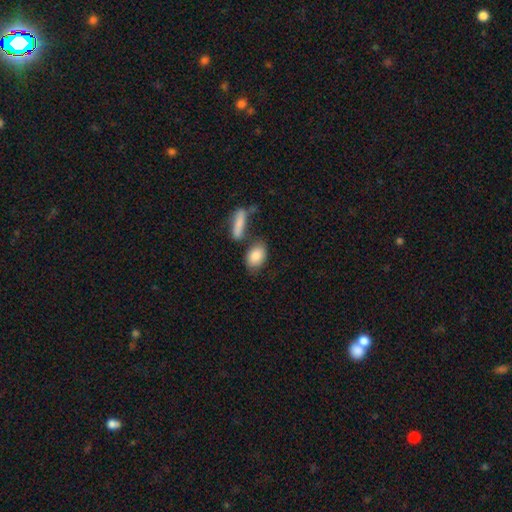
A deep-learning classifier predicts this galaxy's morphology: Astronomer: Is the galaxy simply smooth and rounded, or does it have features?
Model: smooth — 85%.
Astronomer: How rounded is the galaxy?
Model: in between — 86%.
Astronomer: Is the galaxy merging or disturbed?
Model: none — 63%.